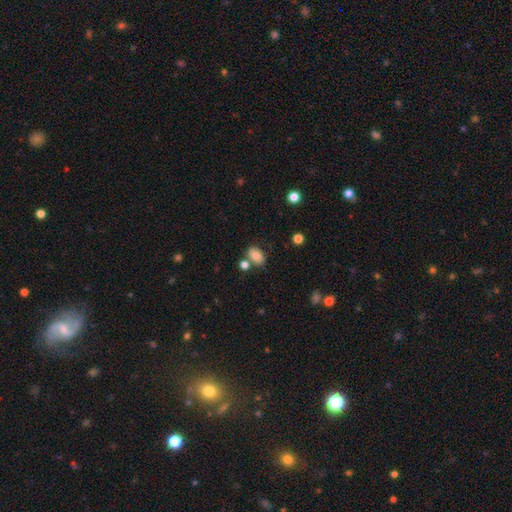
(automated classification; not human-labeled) Q: Smooth or featured?
A: smooth (80%); runner-up: featured or disk (11%)
Q: How rounded?
A: in between (78%); runner-up: round (20%)
Q: Merging?
A: none (67%); runner-up: merger (16%)